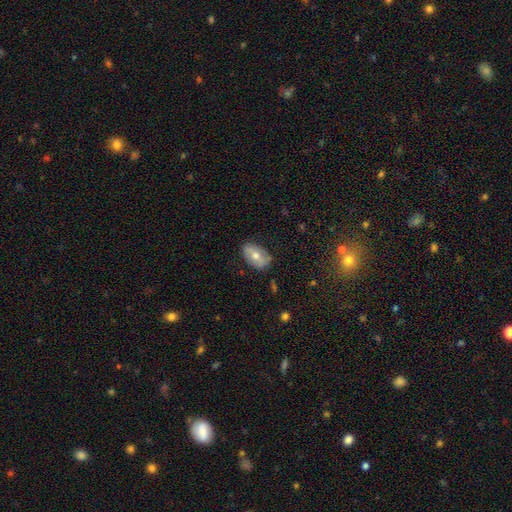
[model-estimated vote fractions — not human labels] The model was most divided on "smooth or featured": smooth: 54%, featured or disk: 37%, star or artifact: 9%. More confident: how rounded — in between (89%); merging — none (79%).